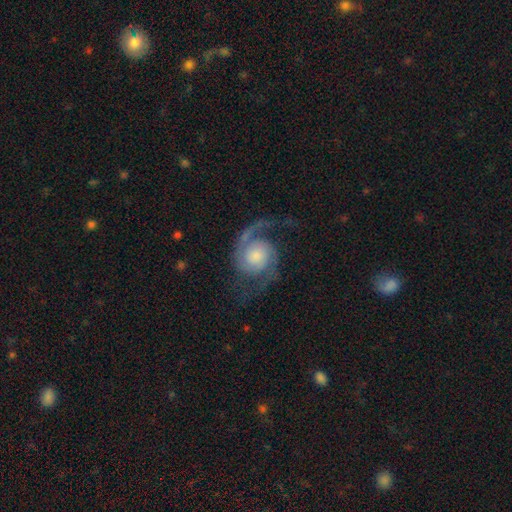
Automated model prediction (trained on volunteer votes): This appears to be a featured or disk galaxy (89%) with no bar (72%), 2 (93%) medium (52%) spiral arms (98%) and a moderate central bulge (35%). Merging: none (74%).